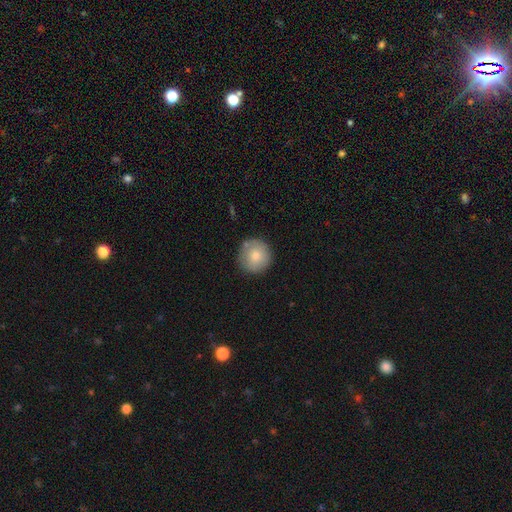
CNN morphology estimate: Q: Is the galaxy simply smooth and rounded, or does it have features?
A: smooth — 79%.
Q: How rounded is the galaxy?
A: round — 95%.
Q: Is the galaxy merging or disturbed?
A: none — 83%.